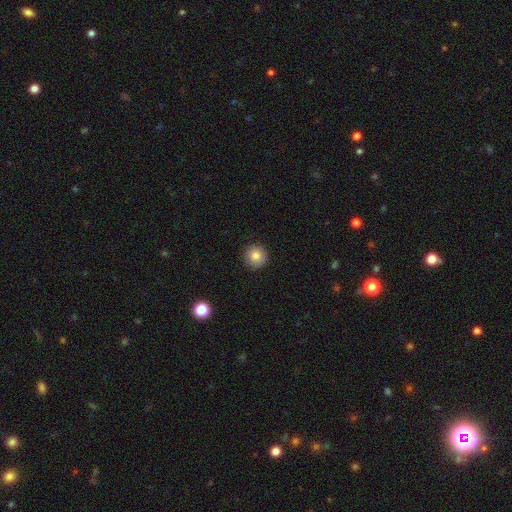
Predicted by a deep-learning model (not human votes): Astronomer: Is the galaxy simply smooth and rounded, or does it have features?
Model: smooth — 84%.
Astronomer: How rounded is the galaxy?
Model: round — 94%.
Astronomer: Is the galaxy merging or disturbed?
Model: none — 91%.